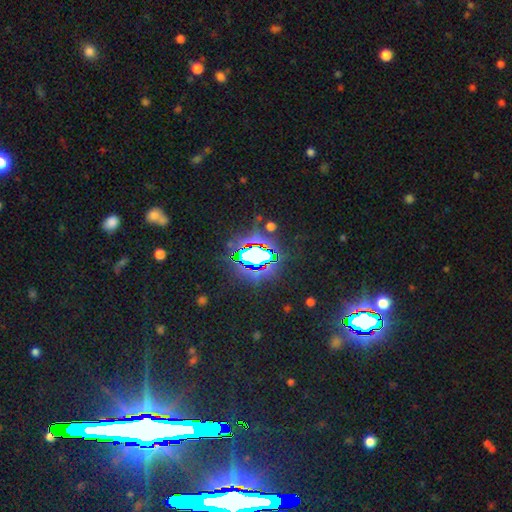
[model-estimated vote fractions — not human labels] This appears to be a star or artifact, not a galaxy (75%).